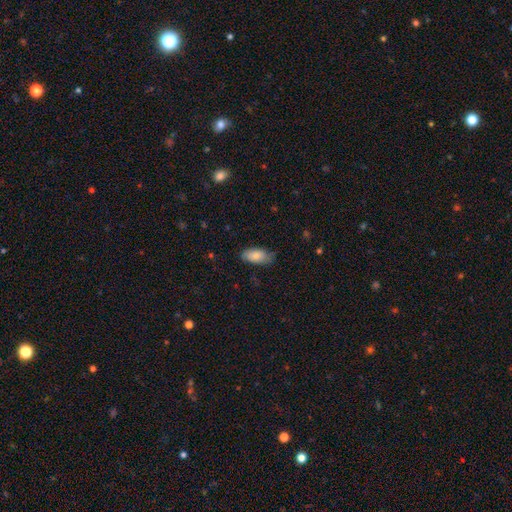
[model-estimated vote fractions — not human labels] Smooth or featured?
  - smooth: 82% *
  - featured or disk: 11%
  - star or artifact: 6%
How rounded?
  - in between: 91% *
  - cigar-shaped: 7%
  - round: 2%
Merging?
  - none: 70% *
  - minor disturbance: 25%
  - major disturbance: 5%
  - merger: 1%